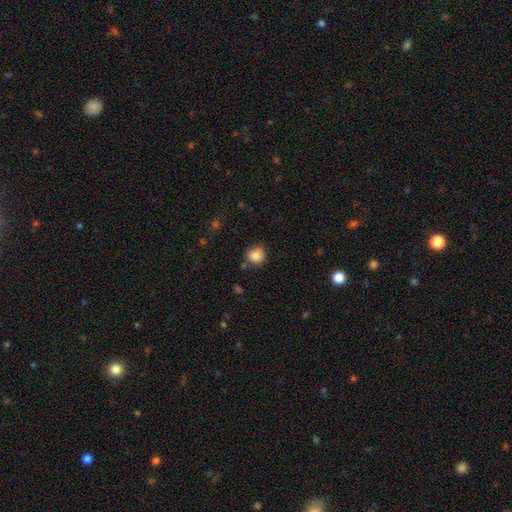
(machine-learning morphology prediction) Smooth or featured? smooth (86%)
How rounded? round (85%)
Merging? none (76%)